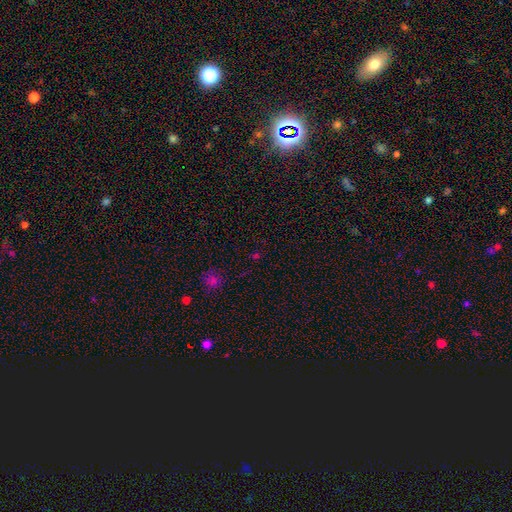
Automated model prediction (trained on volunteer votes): Overall: star or artifact (57%; smooth 36%).